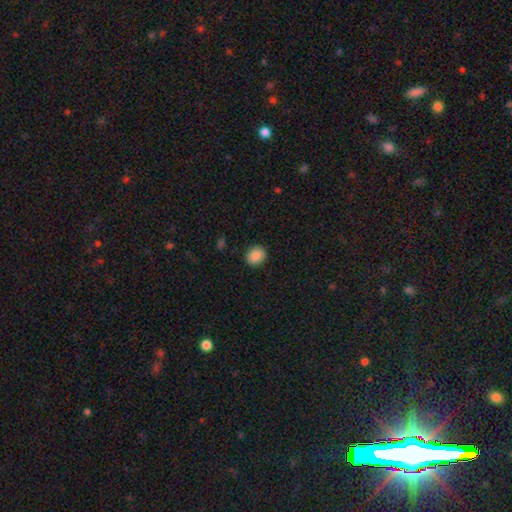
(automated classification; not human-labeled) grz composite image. It shows a smooth galaxy with no disk features (89%) that is round (72%). Merging: none (90%).